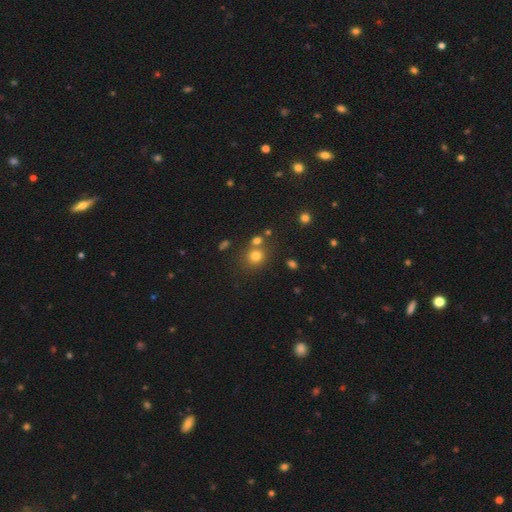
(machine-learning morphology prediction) This is likely a smooth galaxy (77%). How rounded: clearly round (82%). Merging: likely none (67%).